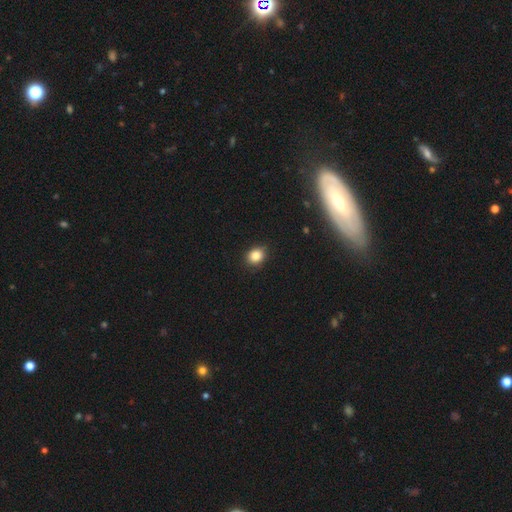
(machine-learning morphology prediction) The model was most divided on "how rounded": round: 65%, in between: 34%, cigar-shaped: 1%. More confident: smooth or featured — smooth (84%); merging — none (83%).